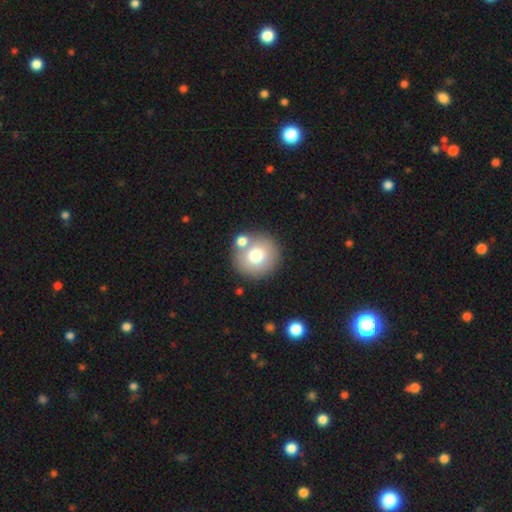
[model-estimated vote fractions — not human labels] Morphology: type=smooth (71%); roundness=round (92%); merging=none (73%).